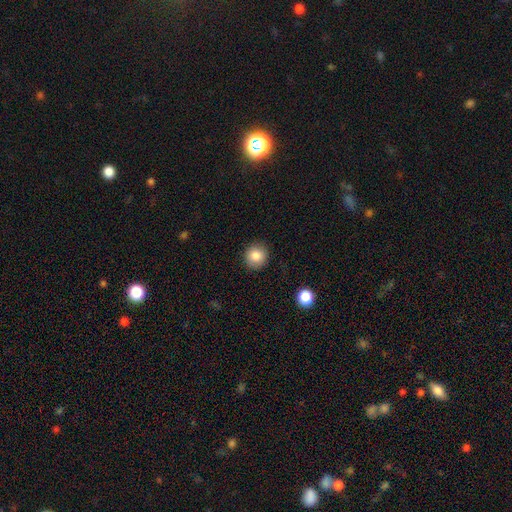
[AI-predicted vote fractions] Smooth or featured?
  - smooth: 85% *
  - star or artifact: 9%
  - featured or disk: 6%
How rounded?
  - round: 89% *
  - in between: 10%
  - cigar-shaped: 1%
Merging?
  - none: 90% *
  - minor disturbance: 7%
  - major disturbance: 2%
  - merger: 1%